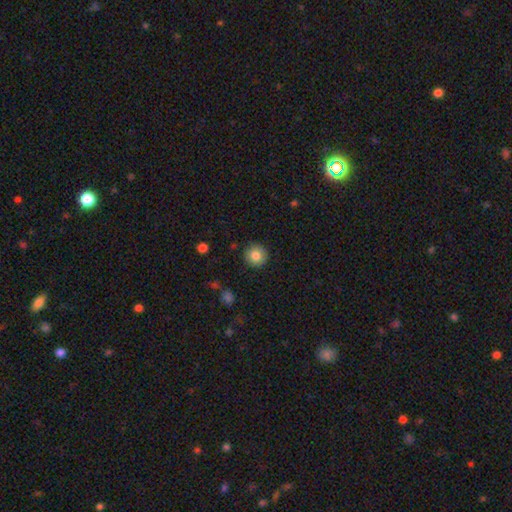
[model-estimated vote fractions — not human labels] Overall: smooth (83%). How rounded: round (94%). Merging: none (90%).